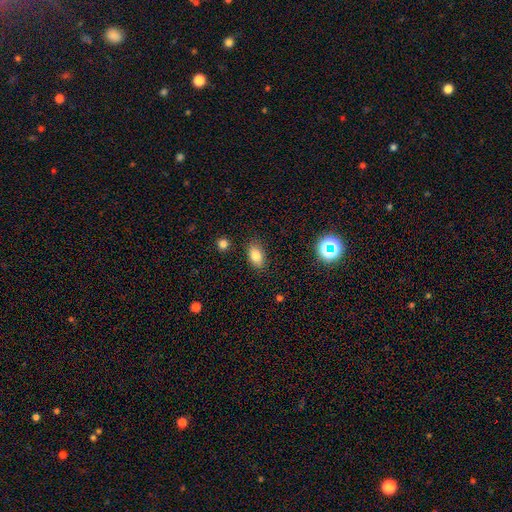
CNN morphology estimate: A smooth galaxy with no disk features (82%) that is in between round and cigar-shaped (87%). Merging: none (85%).